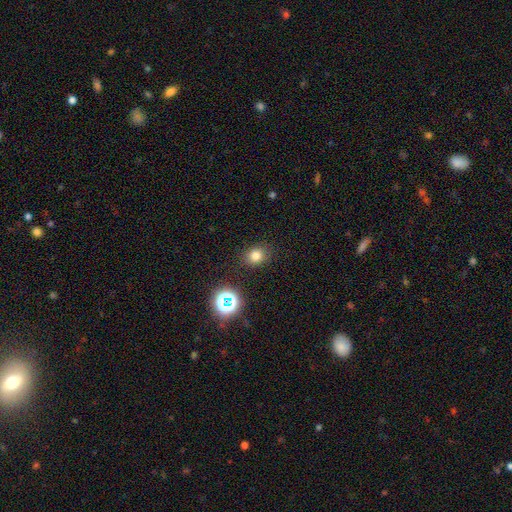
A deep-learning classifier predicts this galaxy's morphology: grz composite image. It shows a smooth galaxy with no disk features (76%) that is round (56%). Merging: none (84%).